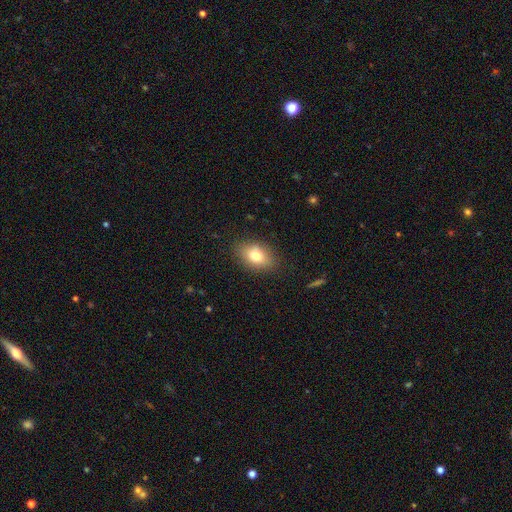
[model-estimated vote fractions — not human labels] Smooth or featured? smooth (75%)
How rounded? in between (81%)
Merging? none (85%)